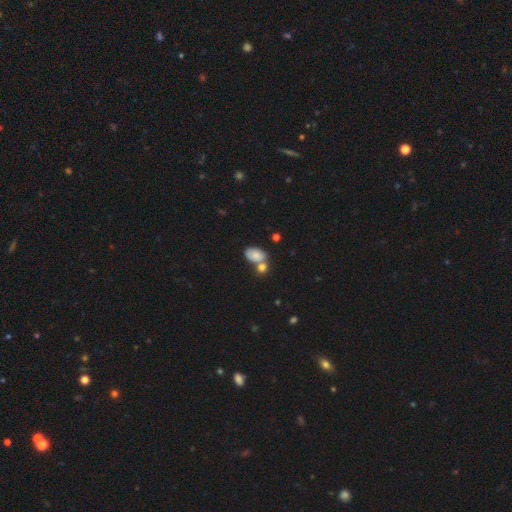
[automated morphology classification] smooth-or-featured: smooth: 79% | featured or disk: 12% | star or artifact: 9%
  how-rounded: in between: 85% | round: 14% | cigar-shaped: 1%
  merging: merger: 41% | none: 40% | minor disturbance: 14% | major disturbance: 5%